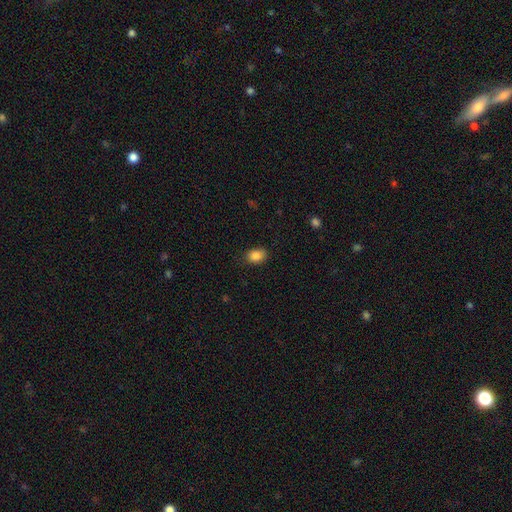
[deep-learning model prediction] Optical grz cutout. It shows a smooth galaxy with no disk features (86%) that is in between round and cigar-shaped (72%). Merging: none (82%).